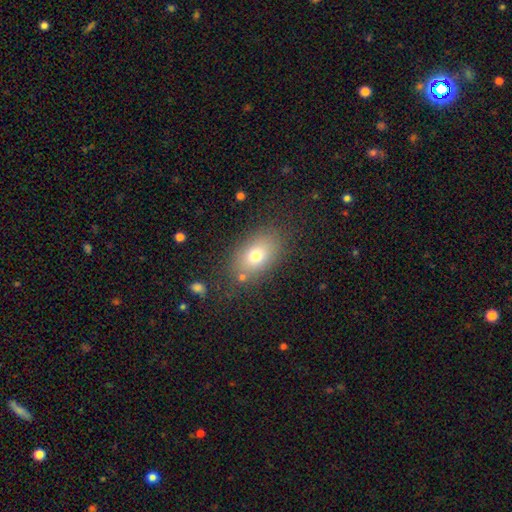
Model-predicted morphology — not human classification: The model was most divided on "smooth or featured": smooth: 74%, featured or disk: 15%, star or artifact: 10%. More confident: how rounded — in between (86%); merging — none (79%).